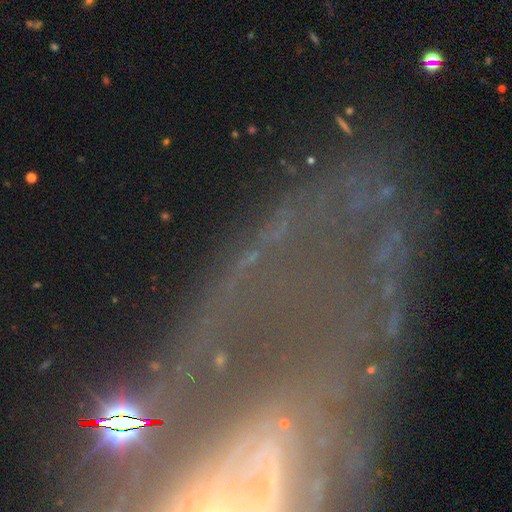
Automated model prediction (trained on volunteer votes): The model was most divided on "smooth or featured": star or artifact: 66%, featured or disk: 23%, smooth: 11%.